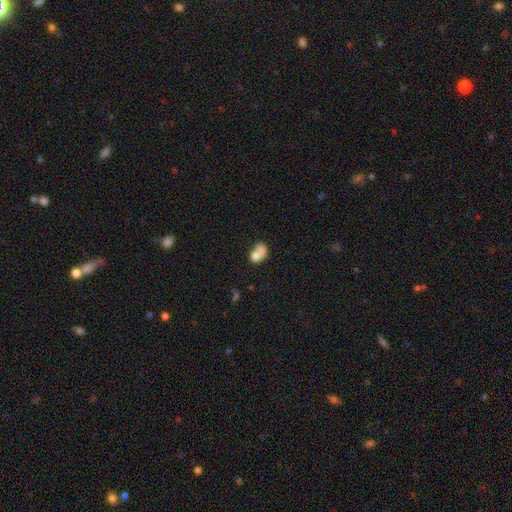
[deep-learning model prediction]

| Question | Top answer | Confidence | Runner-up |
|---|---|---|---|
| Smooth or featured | smooth | 70% | featured or disk (20%) |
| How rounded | in between | 58% | round (40%) |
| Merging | merger | 60% | none (21%) |